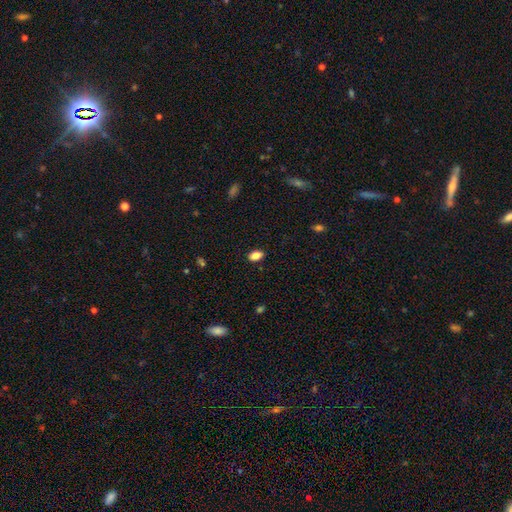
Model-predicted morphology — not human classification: smooth 86%, star or artifact 9%, featured or disk 5%. Down the decision tree: how rounded — in between (88%); merging — none (88%).